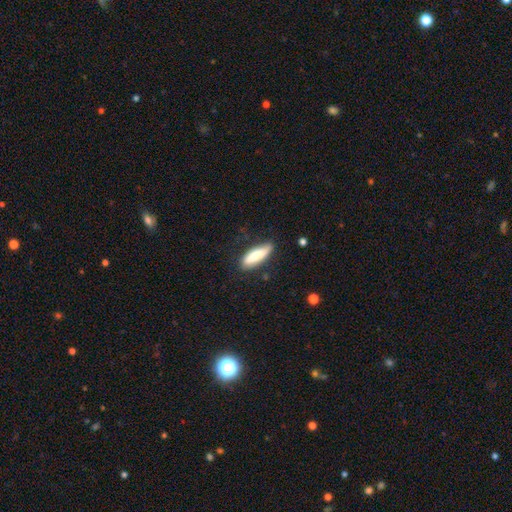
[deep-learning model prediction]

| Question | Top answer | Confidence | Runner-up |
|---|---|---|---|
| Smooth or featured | smooth | 79% | featured or disk (15%) |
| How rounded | cigar-shaped | 54% | in between (45%) |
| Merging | none | 71% | minor disturbance (22%) |